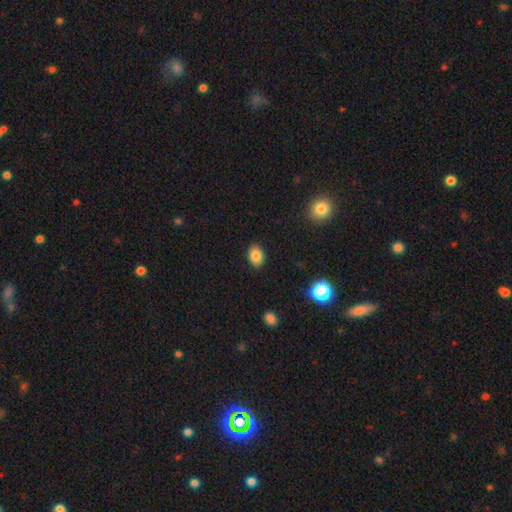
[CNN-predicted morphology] A smooth galaxy with no disk features (85%) that is in between round and cigar-shaped (72%).

Vote fractions:
- Smooth or featured? smooth: 85% / star or artifact: 10% / featured or disk: 5%
- How rounded? in between: 72% / round: 27% / cigar-shaped: 1%
- Merging? none: 88% / minor disturbance: 8% / major disturbance: 2% / merger: 1%